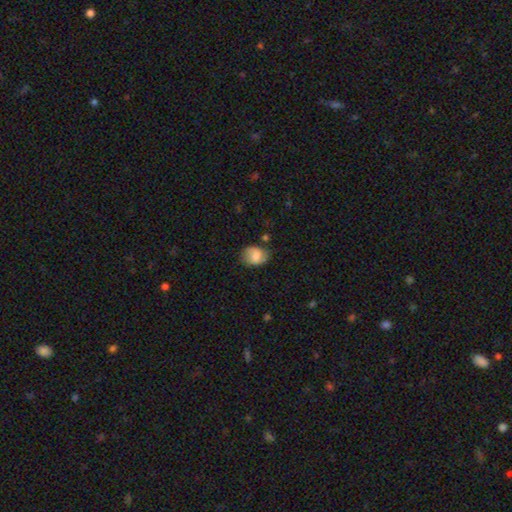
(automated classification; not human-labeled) smooth 66%, featured or disk 26%, star or artifact 8%. Down the decision tree: how rounded — in between (62%); merging — none (66%).